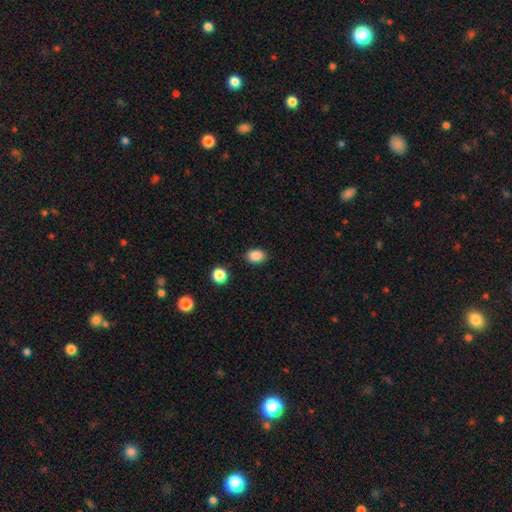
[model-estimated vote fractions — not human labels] Smooth or featured?
  - smooth: 87% *
  - star or artifact: 10%
  - featured or disk: 3%
How rounded?
  - in between: 70% *
  - round: 28%
  - cigar-shaped: 1%
Merging?
  - none: 87% *
  - minor disturbance: 8%
  - major disturbance: 2%
  - merger: 2%